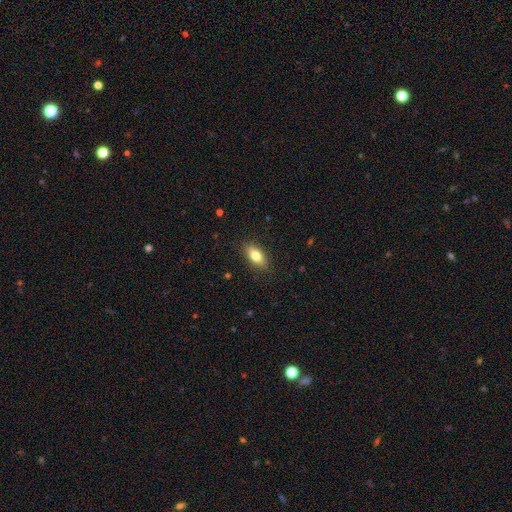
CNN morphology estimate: Smooth or featured? smooth (78%)
How rounded? in between (84%)
Merging? none (87%)